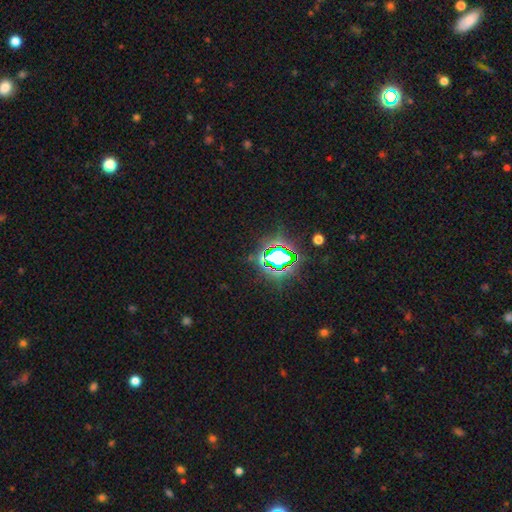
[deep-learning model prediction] Morphology: type=star or artifact (82%).